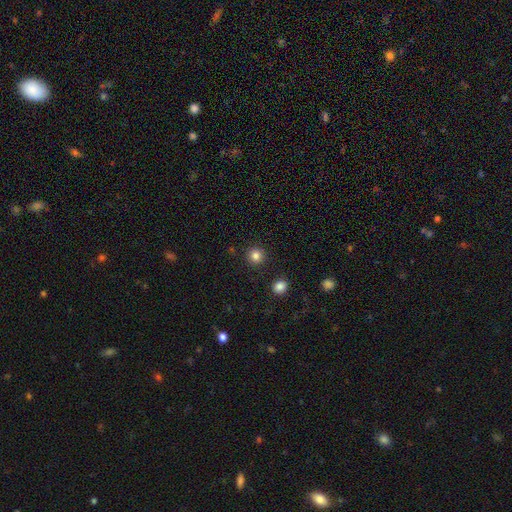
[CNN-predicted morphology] Q: Smooth or featured?
A: smooth (83%); runner-up: star or artifact (12%)
Q: How rounded?
A: round (95%); runner-up: in between (4%)
Q: Merging?
A: none (92%); runner-up: minor disturbance (5%)